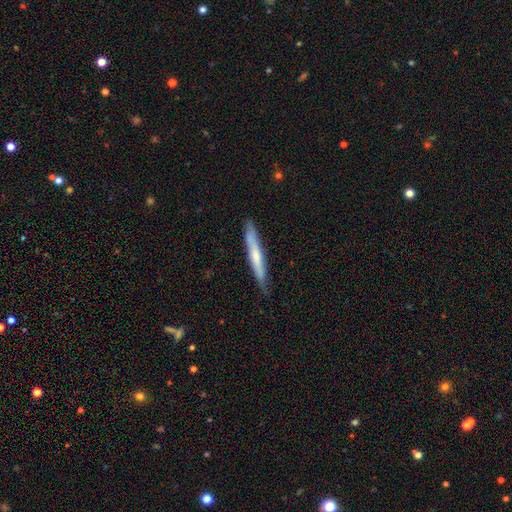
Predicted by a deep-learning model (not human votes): A smooth galaxy with no disk features (50%) that is cigar-shaped (95%).

Vote fractions:
- Smooth or featured? smooth: 50% / featured or disk: 44% / star or artifact: 5%
- How rounded? cigar-shaped: 95% / in between: 3% / round: 1%
- Merging? none: 85% / minor disturbance: 12% / major disturbance: 2% / merger: 1%